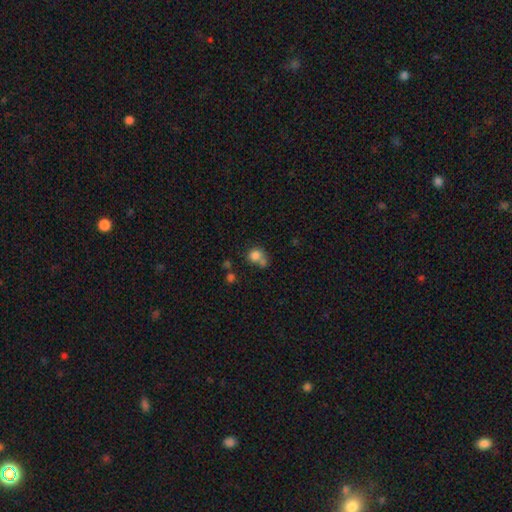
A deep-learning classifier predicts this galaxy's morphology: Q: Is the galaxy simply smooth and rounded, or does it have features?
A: smooth — 79%.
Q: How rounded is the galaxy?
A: round — 74%.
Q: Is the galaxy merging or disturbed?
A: none — 40%.